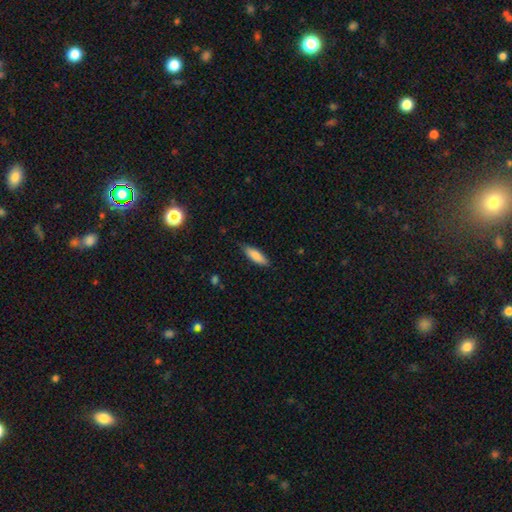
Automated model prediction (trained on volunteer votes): The model was most divided on "how rounded": in between: 50%, cigar-shaped: 48%, round: 2%. More confident: smooth or featured — smooth (83%); merging — none (82%).